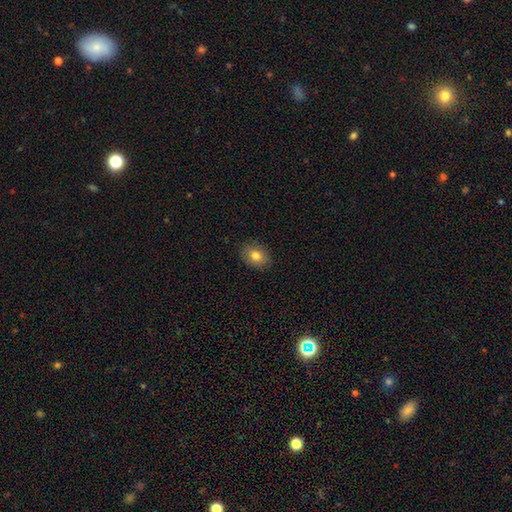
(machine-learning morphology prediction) Overall: smooth (81%). How rounded: in between (69%; round 30%). Merging: none (88%).